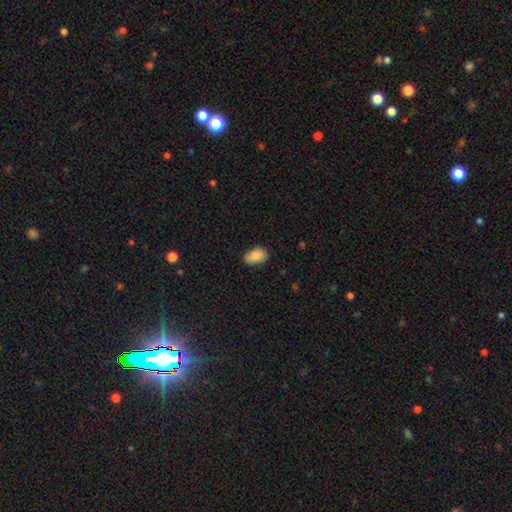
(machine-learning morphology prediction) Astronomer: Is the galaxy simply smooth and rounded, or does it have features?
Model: smooth — 88%.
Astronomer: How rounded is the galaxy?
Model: in between — 91%.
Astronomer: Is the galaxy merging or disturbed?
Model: none — 79%.